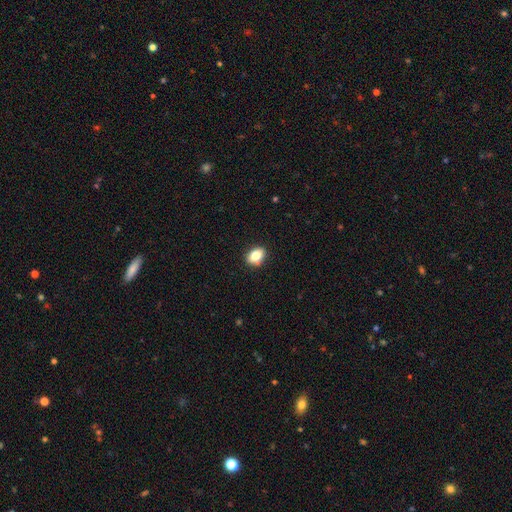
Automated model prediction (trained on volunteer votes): The model was most divided on "how rounded": in between: 71%, round: 27%, cigar-shaped: 2%. More confident: merging — none (86%); smooth or featured — smooth (81%).